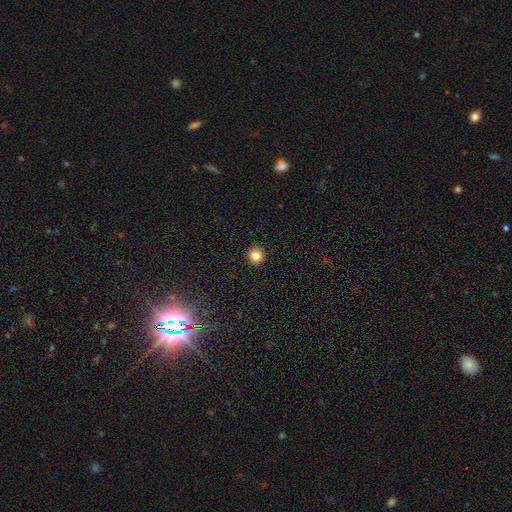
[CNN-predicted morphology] smooth-or-featured: smooth: 83% | star or artifact: 12% | featured or disk: 5%
  how-rounded: round: 95% | in between: 4% | cigar-shaped: 1%
  merging: none: 93% | minor disturbance: 4% | major disturbance: 1% | merger: 1%